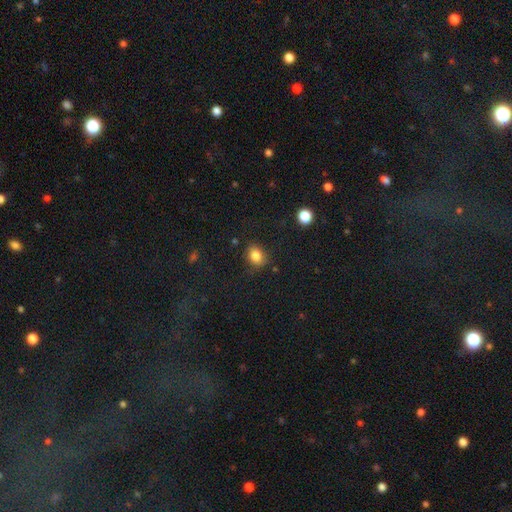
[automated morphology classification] Q: Smooth or featured?
A: smooth (84%); runner-up: star or artifact (10%)
Q: How rounded?
A: in between (50%); runner-up: round (49%)
Q: Merging?
A: none (80%); runner-up: minor disturbance (15%)